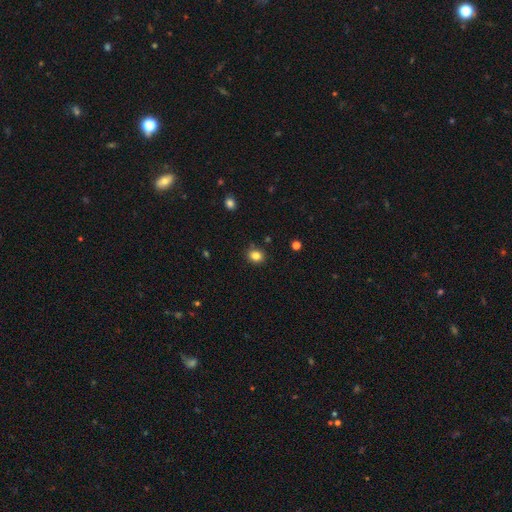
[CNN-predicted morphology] A smooth galaxy with no disk features (83%) that is round (64%).

Vote fractions:
- Smooth or featured? smooth: 83% / star or artifact: 12% / featured or disk: 5%
- How rounded? round: 64% / in between: 35% / cigar-shaped: 1%
- Merging? none: 85% / minor disturbance: 10% / major disturbance: 2% / merger: 2%